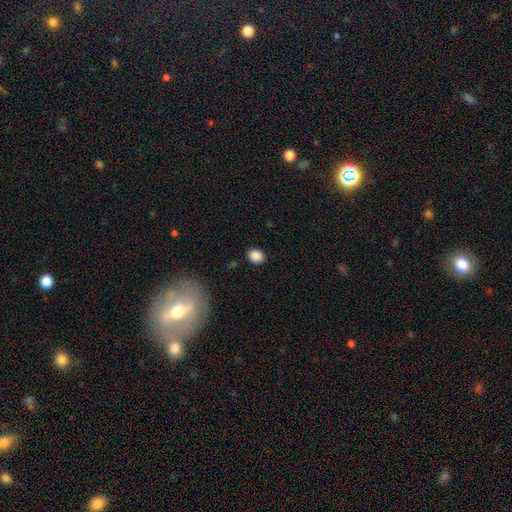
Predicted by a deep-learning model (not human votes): Smooth or featured?
  - smooth: 87% *
  - star or artifact: 9%
  - featured or disk: 4%
How rounded?
  - round: 56% *
  - in between: 43%
  - cigar-shaped: 1%
Merging?
  - none: 88% *
  - minor disturbance: 8%
  - major disturbance: 2%
  - merger: 1%